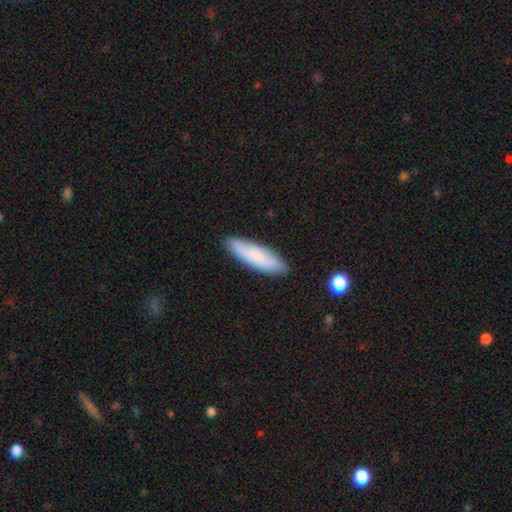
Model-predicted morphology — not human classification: Overall: smooth (75%). How rounded: cigar-shaped (61%; in between 37%). Merging: none (84%).